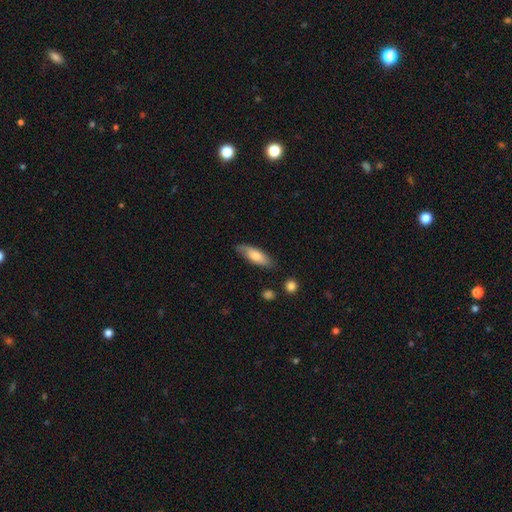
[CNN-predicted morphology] The model was most divided on "how rounded": in between: 63%, cigar-shaped: 35%, round: 2%. More confident: merging — none (75%); smooth or featured — smooth (71%).